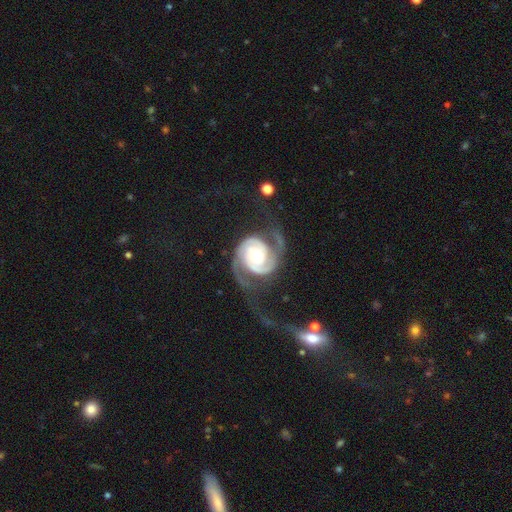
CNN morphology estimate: Smooth or featured? featured or disk (91%)
Edge-on disk? no (98%)
Bar? no (61%)
Spiral arms? yes (98%)
Spiral winding? medium (43%)
Spiral arm count? 2 (90%)
Bulge size? moderate (65%)
Merging? none (59%)